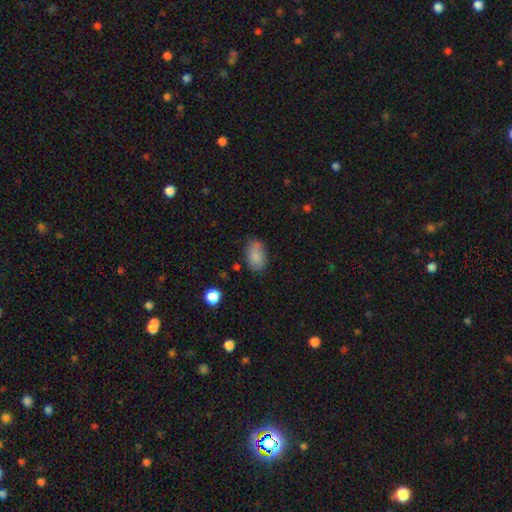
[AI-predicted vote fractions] Smooth or featured?
  - smooth: 84% *
  - star or artifact: 8%
  - featured or disk: 8%
How rounded?
  - in between: 88% *
  - round: 11%
  - cigar-shaped: 1%
Merging?
  - none: 71% *
  - minor disturbance: 19%
  - merger: 6%
  - major disturbance: 5%